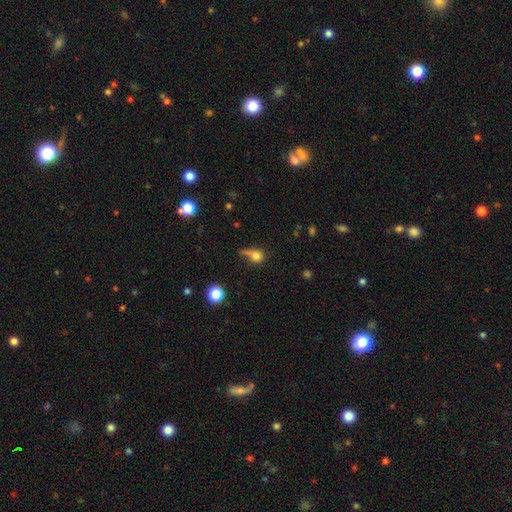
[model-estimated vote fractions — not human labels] Smooth or featured?
  - smooth: 75% *
  - featured or disk: 13%
  - star or artifact: 12%
How rounded?
  - round: 71% *
  - in between: 25%
  - cigar-shaped: 3%
Merging?
  - none: 38% *
  - minor disturbance: 26%
  - major disturbance: 23%
  - merger: 13%